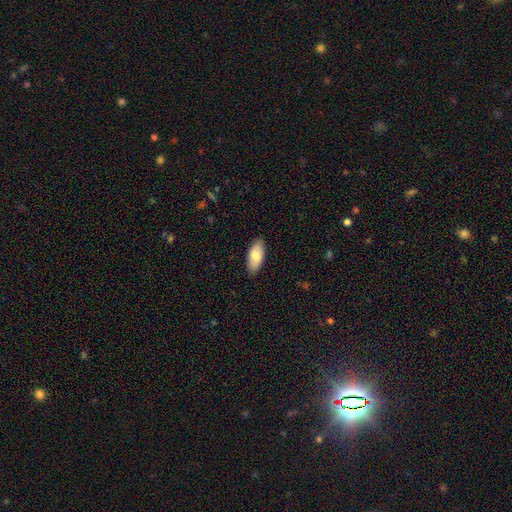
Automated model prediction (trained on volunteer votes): smooth 79%, featured or disk 15%, star or artifact 6%. Down the decision tree: how rounded — in between (90%); merging — none (88%).